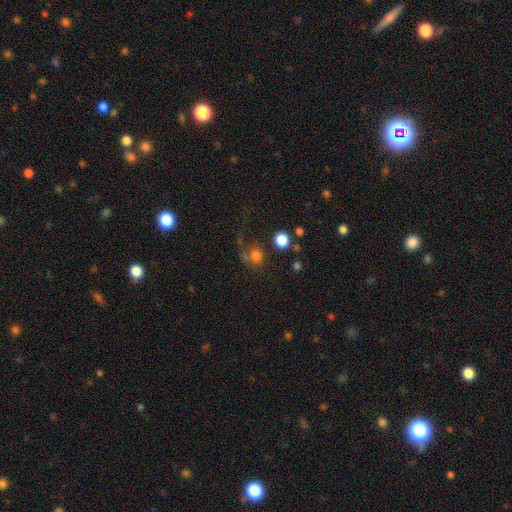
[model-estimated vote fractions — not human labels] This appears to be a smooth galaxy with no disk features (73%) that is round (74%). Merging: none (49%).